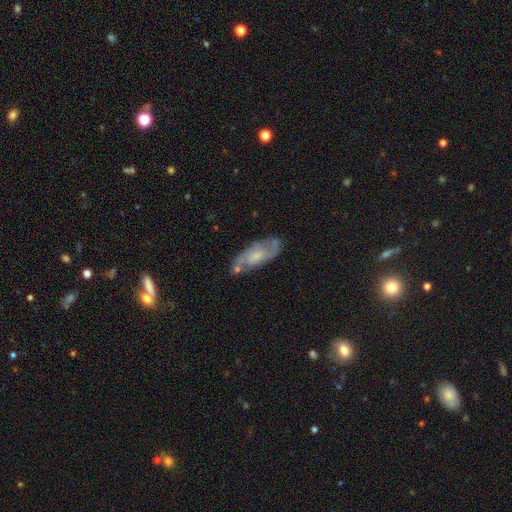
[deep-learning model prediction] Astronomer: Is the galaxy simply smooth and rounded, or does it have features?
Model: featured or disk — 66%.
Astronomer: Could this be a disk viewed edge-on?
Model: no — 89%.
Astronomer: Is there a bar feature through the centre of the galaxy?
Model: no — 55% (runner-up: weak, 38%).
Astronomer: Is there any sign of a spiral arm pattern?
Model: yes — 82%.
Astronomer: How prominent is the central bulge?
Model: small — 38%, tied with moderate at 38%.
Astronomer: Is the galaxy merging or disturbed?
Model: none — 64%.